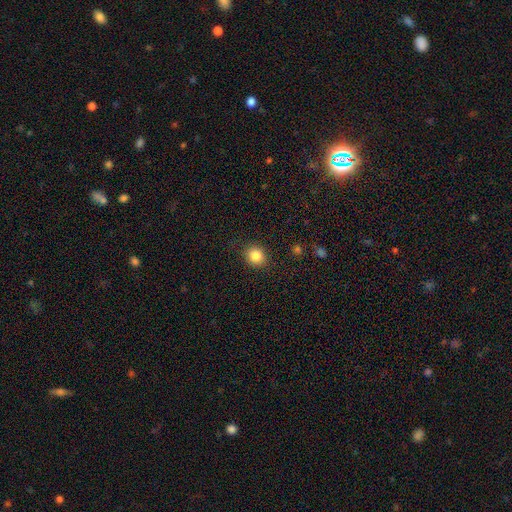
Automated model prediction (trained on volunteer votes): smooth-or-featured: smooth: 85% | star or artifact: 10% | featured or disk: 5%
  how-rounded: round: 79% | in between: 20% | cigar-shaped: 1%
  merging: none: 88% | minor disturbance: 8% | major disturbance: 3% | merger: 1%